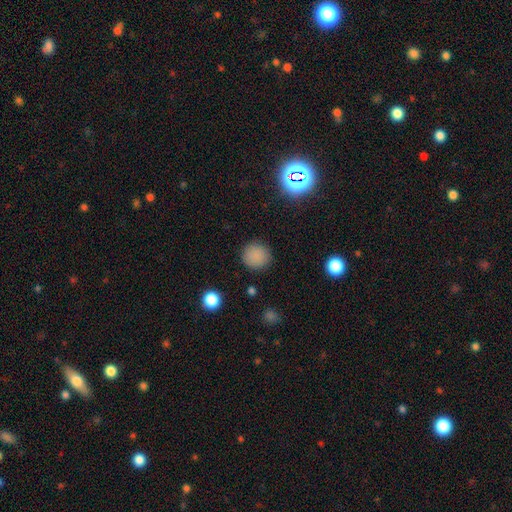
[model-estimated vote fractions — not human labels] Smooth or featured? smooth (85%)
How rounded? round (92%)
Merging? none (89%)